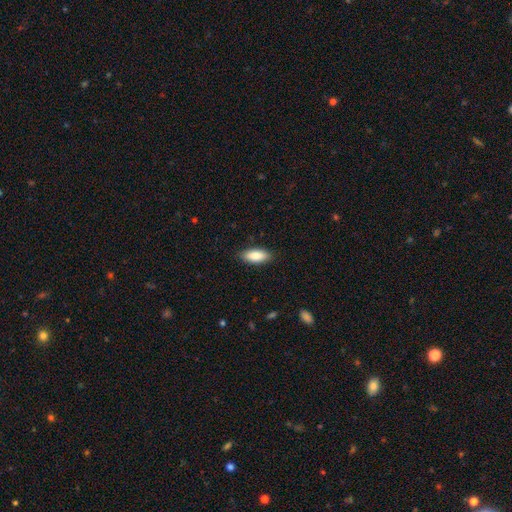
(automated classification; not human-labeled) The model was most divided on "how rounded": in between: 85%, cigar-shaped: 13%, round: 2%. More confident: merging — none (88%); smooth or featured — smooth (85%).